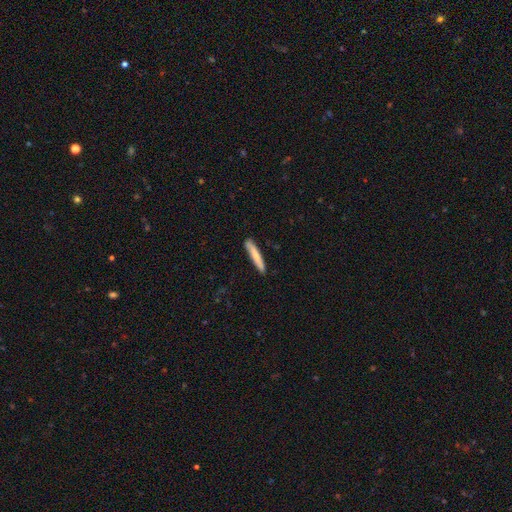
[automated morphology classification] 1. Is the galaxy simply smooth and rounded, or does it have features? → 75% smooth, 20% featured or disk, 5% star or artifact.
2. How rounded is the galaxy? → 93% cigar-shaped, 6% in between, 1% round.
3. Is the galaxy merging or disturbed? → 86% none, 11% minor disturbance, 2% major disturbance, 2% merger.